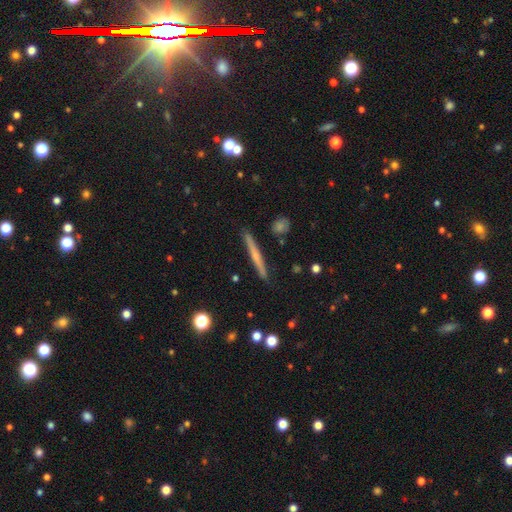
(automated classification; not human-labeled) Q: Smooth or featured?
A: featured or disk (54%); runner-up: smooth (39%)
Q: Edge-on disk?
A: yes (97%); runner-up: no (3%)
Q: Edge-on bulge?
A: none (50%); runner-up: rounded (44%)
Q: Merging?
A: none (90%); runner-up: minor disturbance (7%)